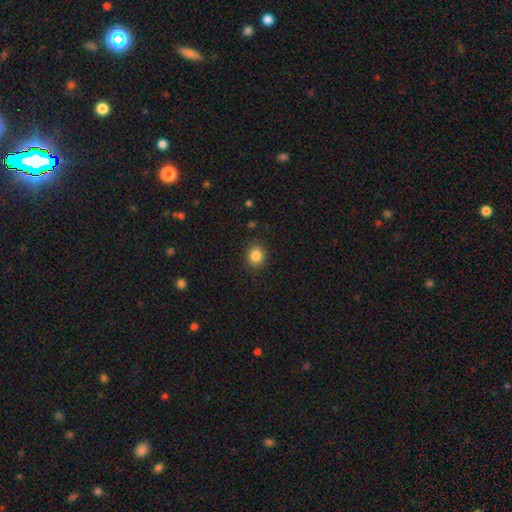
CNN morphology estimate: smooth-or-featured: smooth: 86% | star or artifact: 10% | featured or disk: 4%
  how-rounded: round: 79% | in between: 20% | cigar-shaped: 1%
  merging: none: 89% | minor disturbance: 8% | major disturbance: 2% | merger: 1%